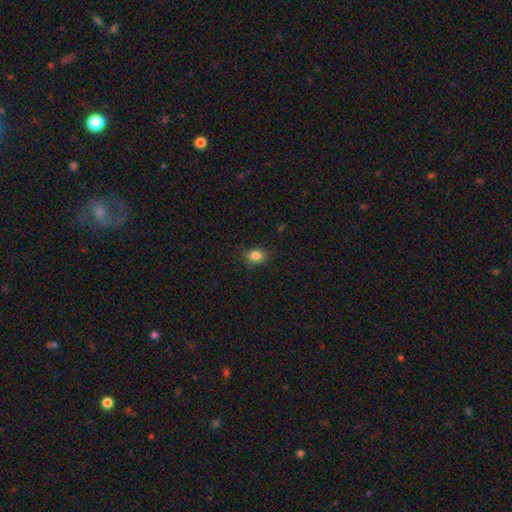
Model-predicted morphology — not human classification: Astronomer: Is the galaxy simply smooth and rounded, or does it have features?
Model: smooth — 84%.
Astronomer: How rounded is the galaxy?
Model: in between — 61% (runner-up: round, 38%).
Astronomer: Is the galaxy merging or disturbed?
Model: none — 85%.